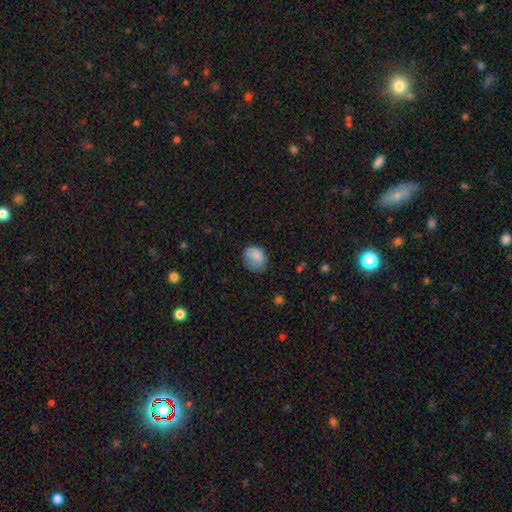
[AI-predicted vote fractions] smooth_or_featured: smooth (p=0.82) [alt: featured or disk p=0.09]
how_rounded: in between (p=0.51) [alt: round p=0.48]
merging: none (p=0.55) [alt: minor disturbance p=0.31]